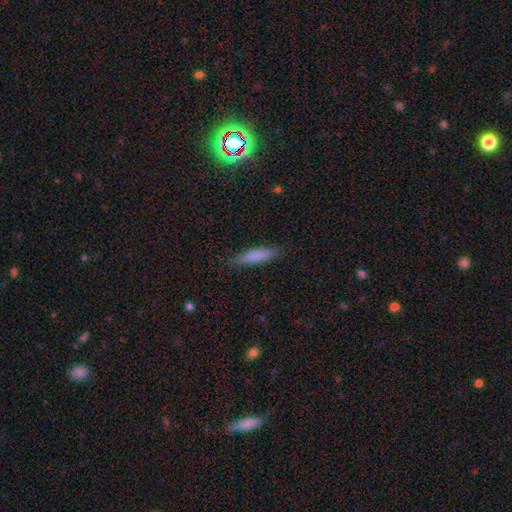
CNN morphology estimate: The model was most divided on "how rounded": cigar-shaped: 81%, in between: 17%, round: 1%. More confident: merging — none (85%); smooth or featured — smooth (79%).